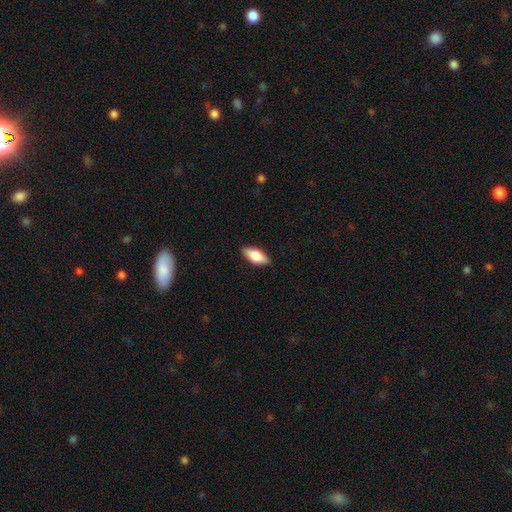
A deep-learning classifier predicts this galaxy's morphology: Overall: smooth (73%). How rounded: in between (84%). Merging: none (88%).